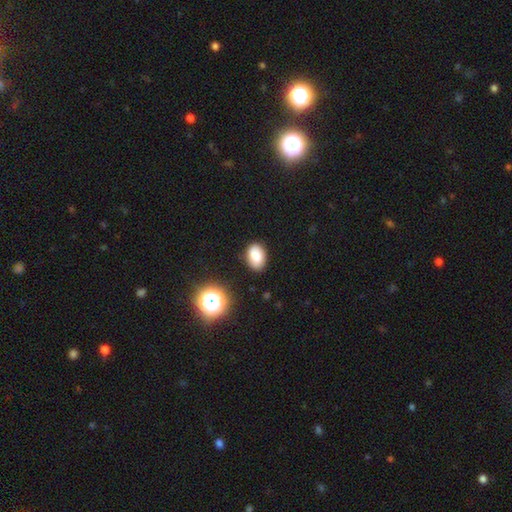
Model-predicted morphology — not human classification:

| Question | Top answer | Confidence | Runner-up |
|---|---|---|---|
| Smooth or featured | smooth | 83% | star or artifact (11%) |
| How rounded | in between | 84% | round (15%) |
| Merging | none | 83% | minor disturbance (13%) |